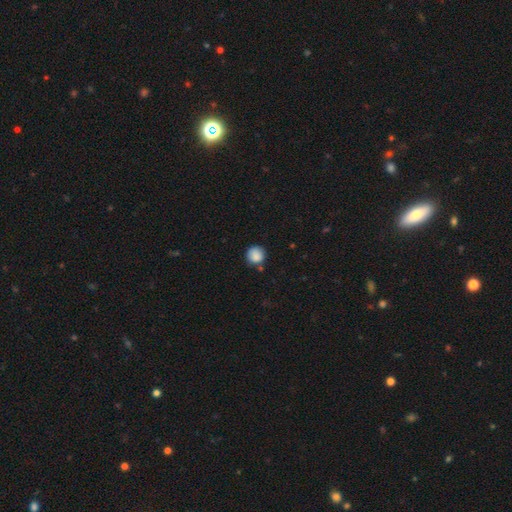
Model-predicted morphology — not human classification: smooth-or-featured: smooth: 87% | star or artifact: 9% | featured or disk: 5%
  how-rounded: round: 92% | in between: 7% | cigar-shaped: 1%
  merging: none: 76% | minor disturbance: 16% | merger: 4% | major disturbance: 4%